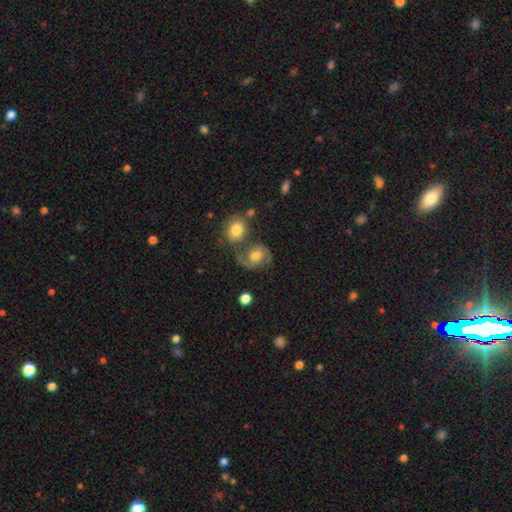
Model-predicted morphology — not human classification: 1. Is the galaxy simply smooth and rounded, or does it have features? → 70% featured or disk, 22% smooth, 8% star or artifact.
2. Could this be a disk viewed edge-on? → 98% no, 2% yes.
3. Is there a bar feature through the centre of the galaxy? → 70% no, 25% weak, 5% strong.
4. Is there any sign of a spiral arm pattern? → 92% yes, 8% no.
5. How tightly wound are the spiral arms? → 55% medium, 24% loose, 21% tight.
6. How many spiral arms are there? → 89% 2, 5% 1, 4% can't tell, 1% 3, 1% 4, 1% more than 4.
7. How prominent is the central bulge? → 65% moderate, 18% large, 12% small, 3% none, 2% dominant.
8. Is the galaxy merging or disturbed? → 56% none, 18% merger, 17% minor disturbance, 10% major disturbance.